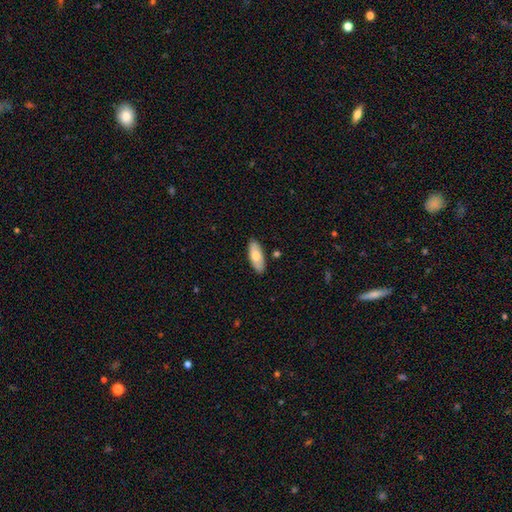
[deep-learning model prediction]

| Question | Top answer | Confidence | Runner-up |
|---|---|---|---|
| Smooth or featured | smooth | 71% | featured or disk (24%) |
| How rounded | in between | 81% | cigar-shaped (17%) |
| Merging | none | 87% | minor disturbance (9%) |